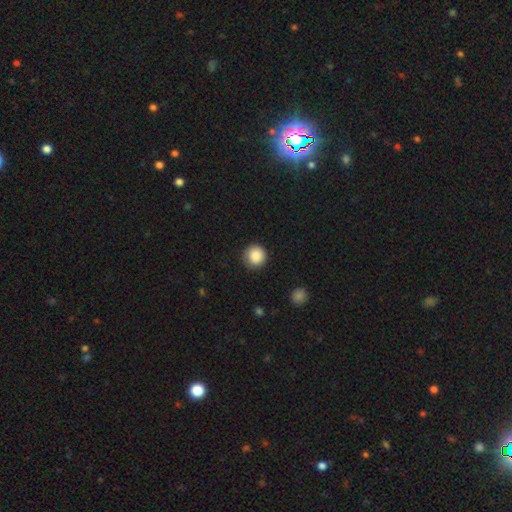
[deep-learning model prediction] smooth 88%, star or artifact 9%, featured or disk 4%. Down the decision tree: how rounded — round (95%); merging — none (87%).